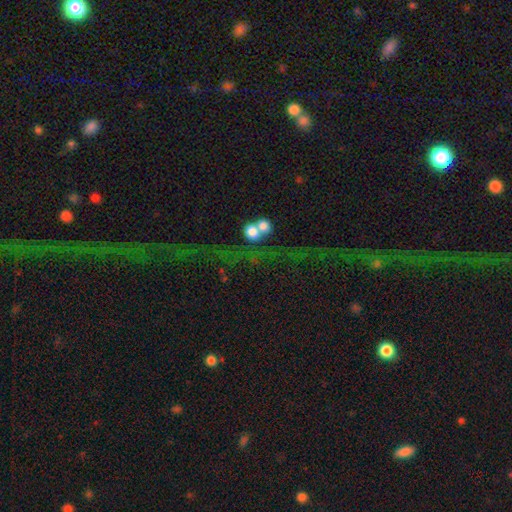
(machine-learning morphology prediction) Smooth or featured? star or artifact (70%)